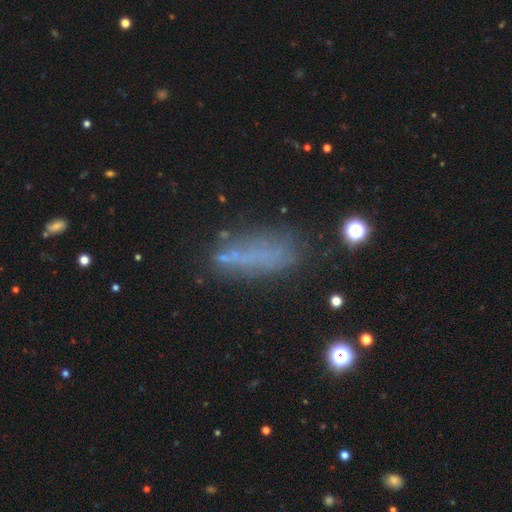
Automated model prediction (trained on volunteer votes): This appears to be a smooth galaxy with no disk features (50%) that is cigar-shaped (66%). Merging: none (61%).